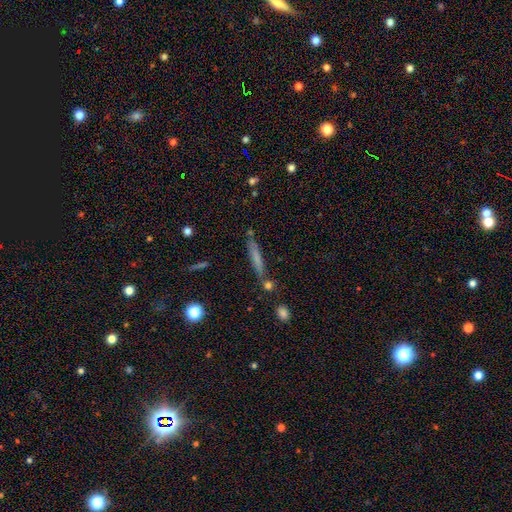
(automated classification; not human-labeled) Overall: smooth (58%; featured or disk 31%). How rounded: cigar-shaped (92%). Merging: none (78%).